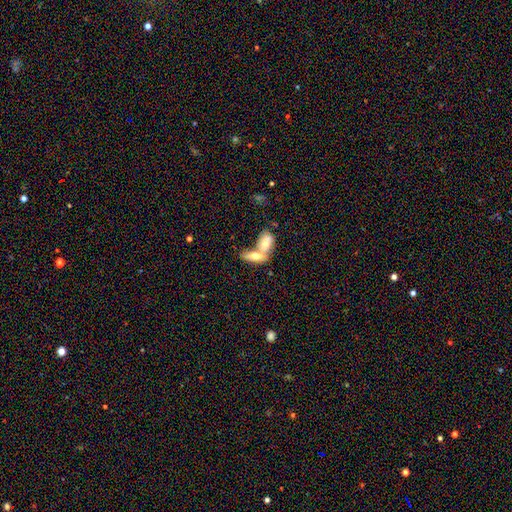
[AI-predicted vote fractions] A smooth galaxy with no disk features (65%) that is in between round and cigar-shaped (77%).

Vote fractions:
- Smooth or featured? smooth: 65% / featured or disk: 28% / star or artifact: 6%
- How rounded? in between: 77% / cigar-shaped: 18% / round: 5%
- Merging? merger: 70% / none: 21% / minor disturbance: 6% / major disturbance: 3%